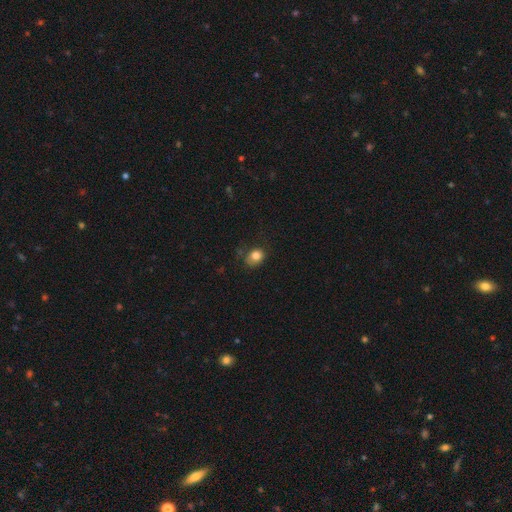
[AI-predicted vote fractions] smooth-or-featured: smooth: 81% | star or artifact: 11% | featured or disk: 8%
  how-rounded: round: 54% | in between: 45% | cigar-shaped: 1%
  merging: none: 63% | minor disturbance: 25% | major disturbance: 9% | merger: 3%